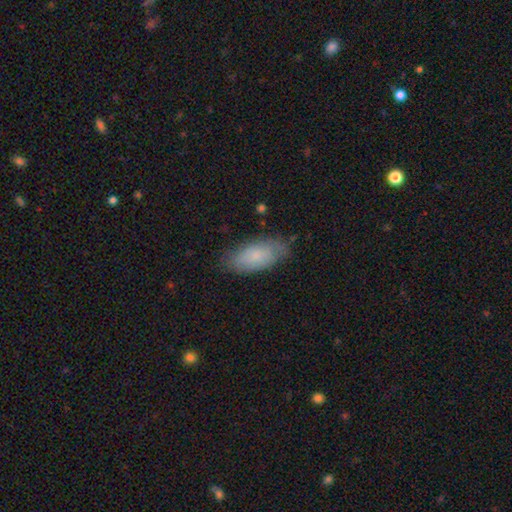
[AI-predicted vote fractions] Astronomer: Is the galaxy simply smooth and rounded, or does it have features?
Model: smooth — 74%.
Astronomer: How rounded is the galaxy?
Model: in between — 89%.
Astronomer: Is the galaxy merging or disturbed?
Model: none — 74%.